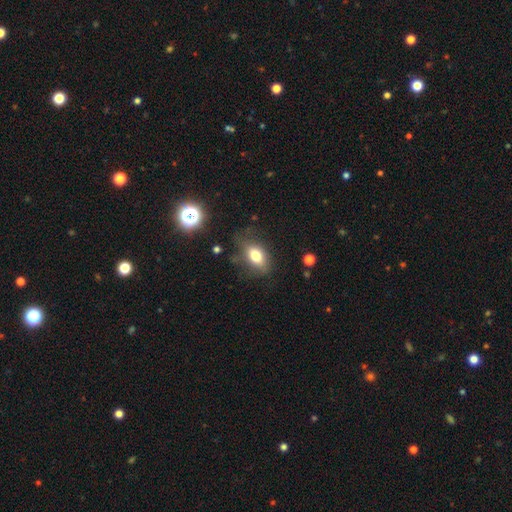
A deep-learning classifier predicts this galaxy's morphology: smooth-or-featured: smooth: 75% | featured or disk: 15% | star or artifact: 11%
  how-rounded: in between: 83% | round: 14% | cigar-shaped: 3%
  merging: none: 64% | minor disturbance: 24% | major disturbance: 10% | merger: 2%